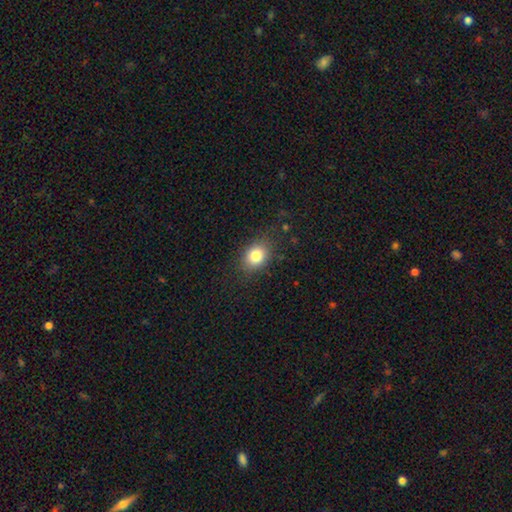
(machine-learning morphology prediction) Smooth or featured?
  - smooth: 82% *
  - star or artifact: 10%
  - featured or disk: 8%
How rounded?
  - in between: 58% *
  - round: 41%
  - cigar-shaped: 1%
Merging?
  - none: 83% *
  - minor disturbance: 11%
  - major disturbance: 4%
  - merger: 1%